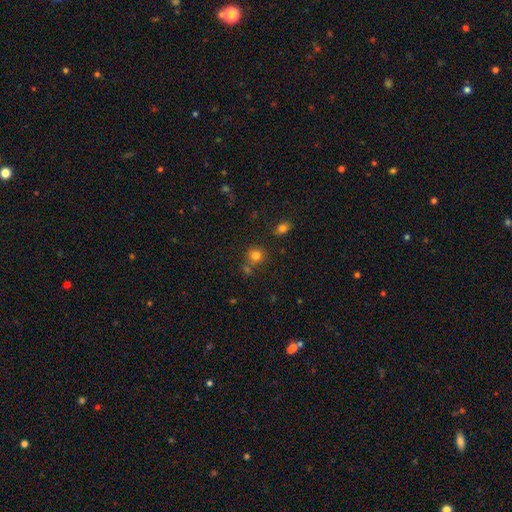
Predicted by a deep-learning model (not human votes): The model was most divided on "merging": none: 69%, merger: 17%, minor disturbance: 11%, major disturbance: 4%. More confident: how rounded — round (84%); smooth or featured — smooth (79%).